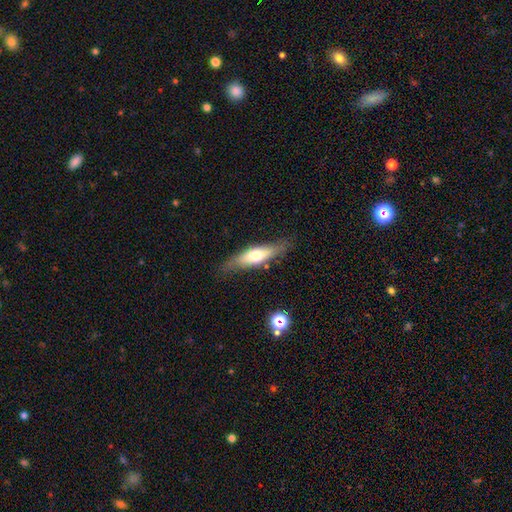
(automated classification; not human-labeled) Q: Smooth or featured?
A: smooth (53%); runner-up: featured or disk (41%)
Q: How rounded?
A: cigar-shaped (58%); runner-up: in between (40%)
Q: Merging?
A: none (80%); runner-up: minor disturbance (14%)